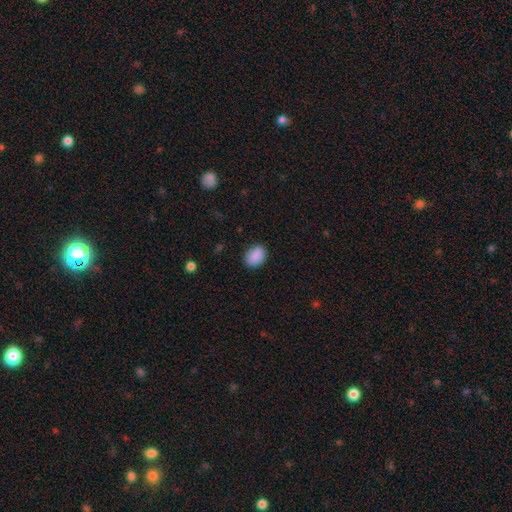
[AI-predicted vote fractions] Smooth or featured? Predicted: smooth (p=0.89). How rounded? Predicted: in between (p=0.73). Merging? Predicted: none (p=0.83).